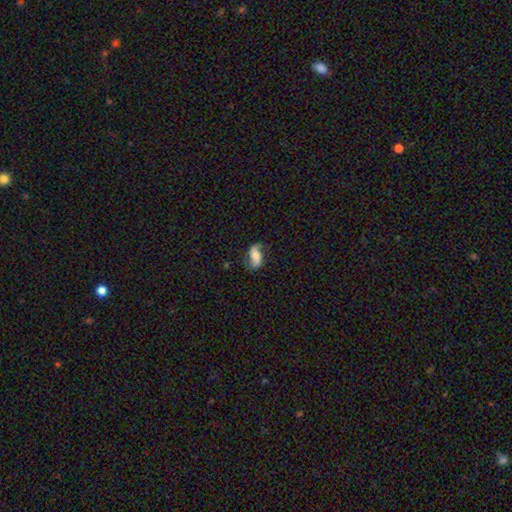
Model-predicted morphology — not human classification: A featured or disk galaxy (56%) with no bar (40%), spiral arms (87%) and a moderate central bulge (45%). Merging: none (66%).